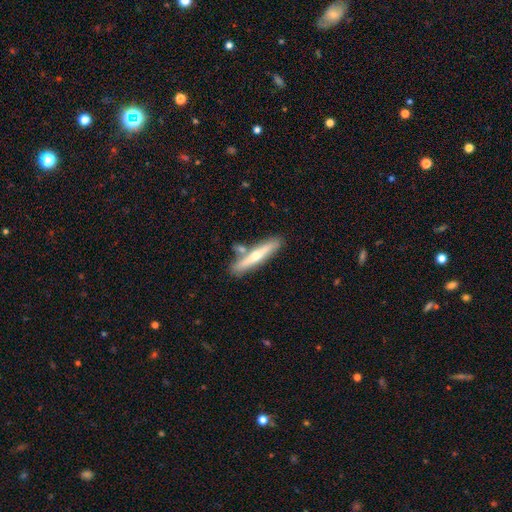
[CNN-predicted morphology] Smooth or featured? Predicted: featured or disk (p=0.53). Edge-on disk? Predicted: yes (p=0.92). Merging? Predicted: none (p=0.74).